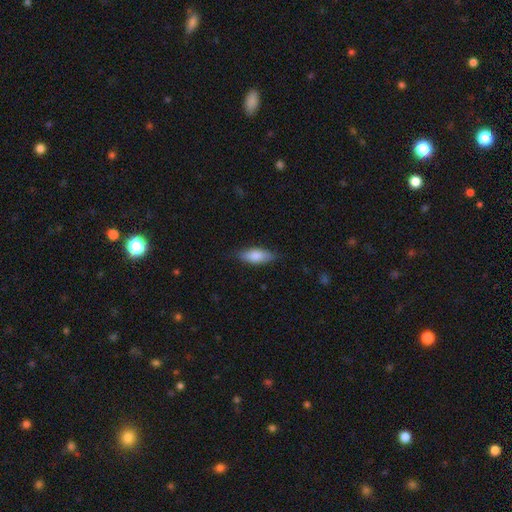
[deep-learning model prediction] The model was most divided on "how rounded": in between: 74%, cigar-shaped: 24%, round: 2%. More confident: merging — none (82%); smooth or featured — smooth (82%).